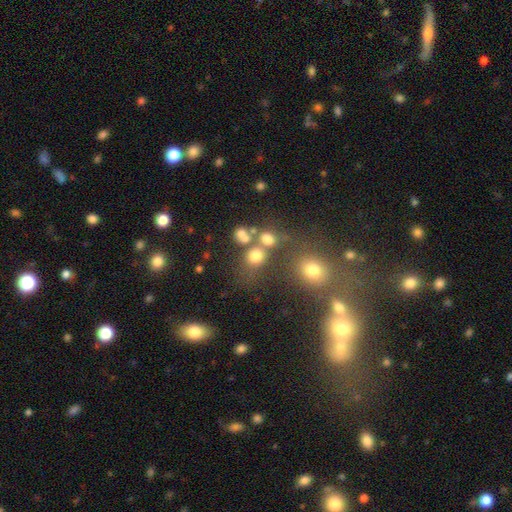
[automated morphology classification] Overall: smooth (72%). How rounded: round (77%). Merging: none (53%; merger 29%).